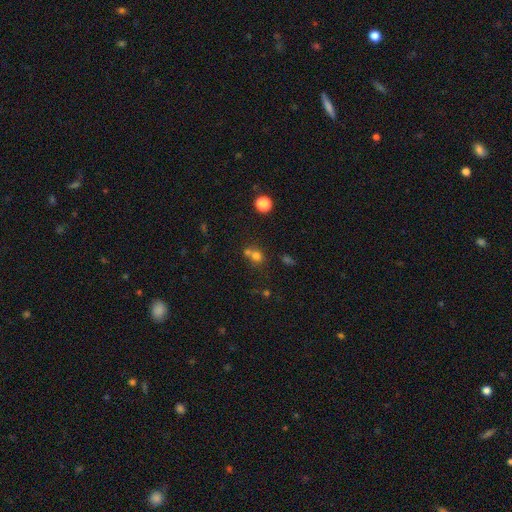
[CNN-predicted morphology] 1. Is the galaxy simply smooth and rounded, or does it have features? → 70% smooth, 19% star or artifact, 11% featured or disk.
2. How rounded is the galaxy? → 72% round, 27% in between, 1% cigar-shaped.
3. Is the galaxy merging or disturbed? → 45% merger, 42% none, 9% minor disturbance, 4% major disturbance.